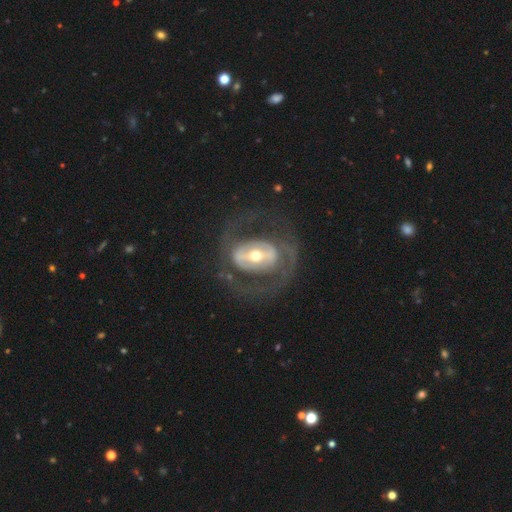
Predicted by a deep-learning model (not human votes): Smooth or featured? featured or disk (82%)
Edge-on disk? no (95%)
Bar? strong (49%)
Spiral arms? yes (68%)
Spiral winding? medium (46%)
Spiral arm count? 2 (76%)
Bulge size? moderate (62%)
Merging? none (63%)